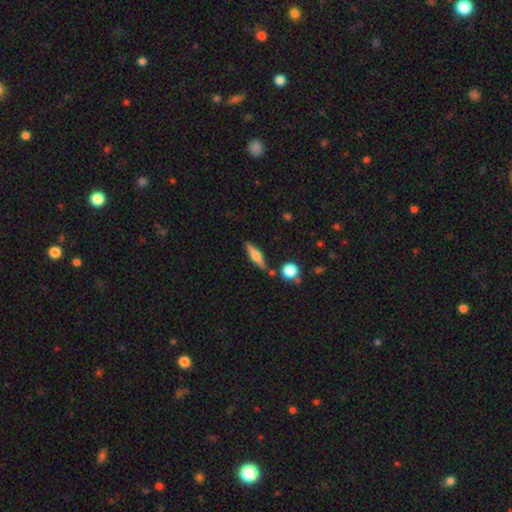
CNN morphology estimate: type=featured or disk (56%); edge-on=yes (95%); edge-on bulge=rounded (89%); merging=none (82%).